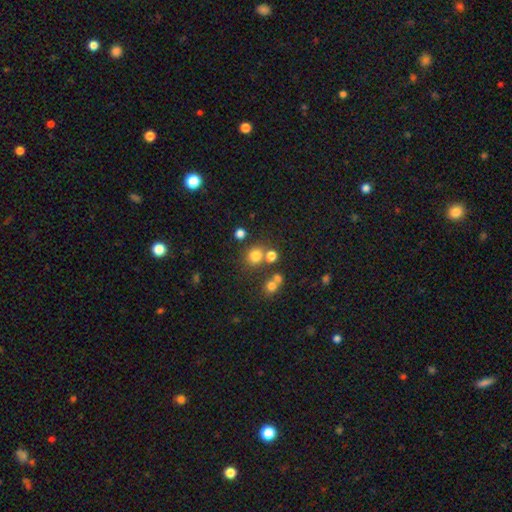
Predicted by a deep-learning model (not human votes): This is likely a smooth galaxy (76%). How rounded: clearly round (84%). Merging: likely none (68%).